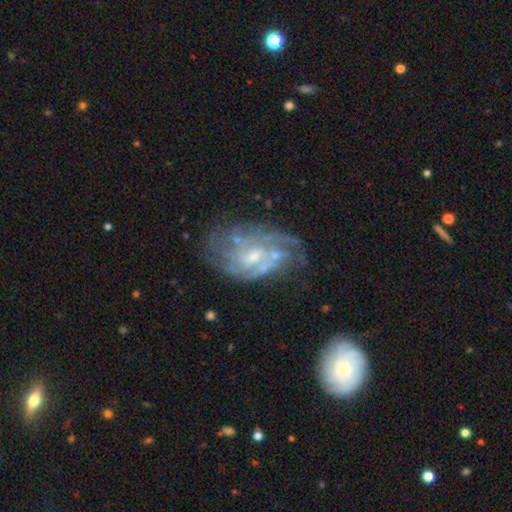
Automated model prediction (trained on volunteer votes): Overall: featured or disk (77%). Edge-on disk: no (96%). Bar: no (50%; weak 41%). Spiral arms: yes (79%). Spiral arm count: can't tell (51%; 2 18%). Spiral winding: tight (49%; medium 35%). Bulge size: small (54%; moderate 32%). Merging: none (50%; minor disturbance 22%).